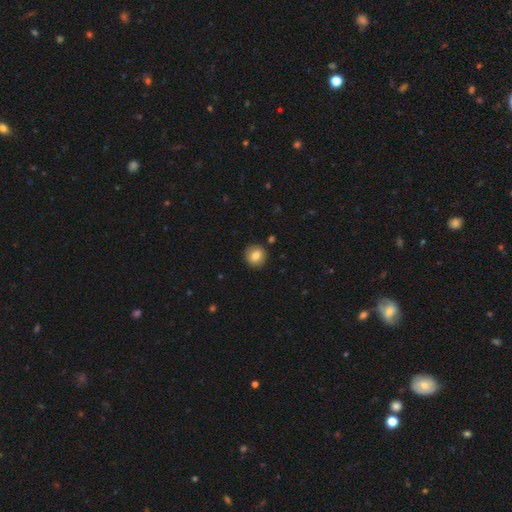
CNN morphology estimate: The model was most divided on "how rounded": round: 87%, in between: 13%, cigar-shaped: 1%. More confident: merging — none (90%); smooth or featured — smooth (84%).